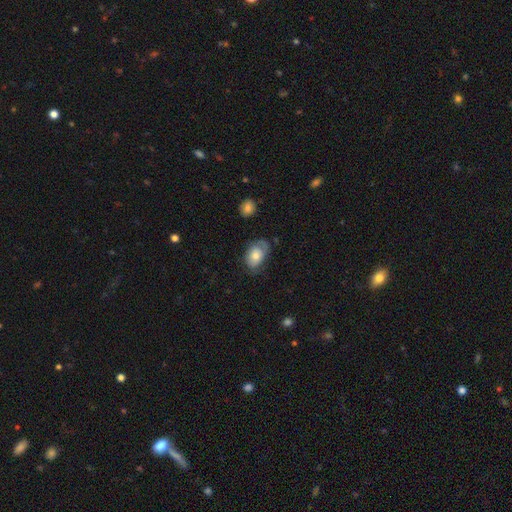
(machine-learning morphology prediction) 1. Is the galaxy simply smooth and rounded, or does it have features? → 66% smooth, 26% featured or disk, 7% star or artifact.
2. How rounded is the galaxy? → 85% in between, 14% round, 1% cigar-shaped.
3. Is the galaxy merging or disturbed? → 50% none, 31% minor disturbance, 16% major disturbance, 2% merger.